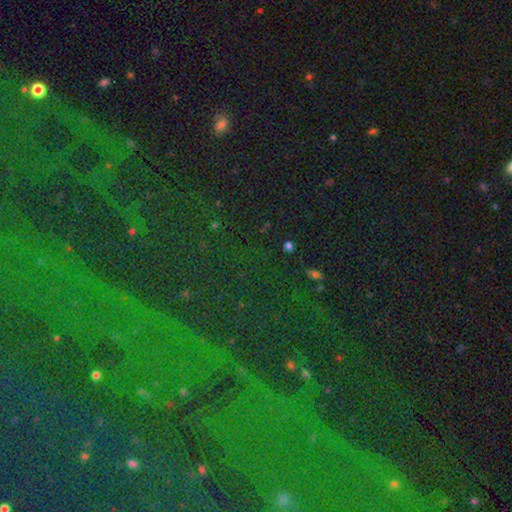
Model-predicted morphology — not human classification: star or artifact 77%, smooth 12%, featured or disk 11%.